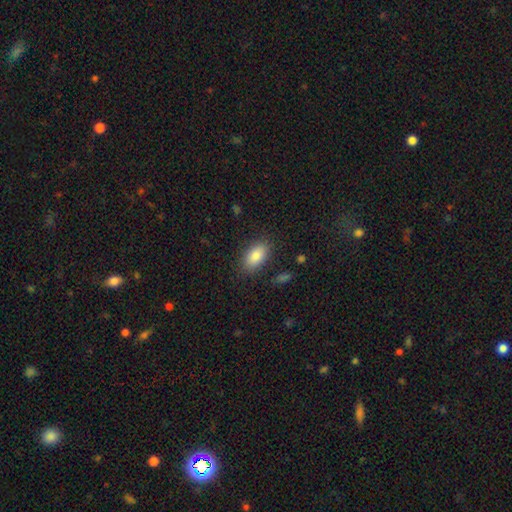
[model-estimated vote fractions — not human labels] Smooth or featured? smooth (85%)
How rounded? in between (92%)
Merging? none (84%)